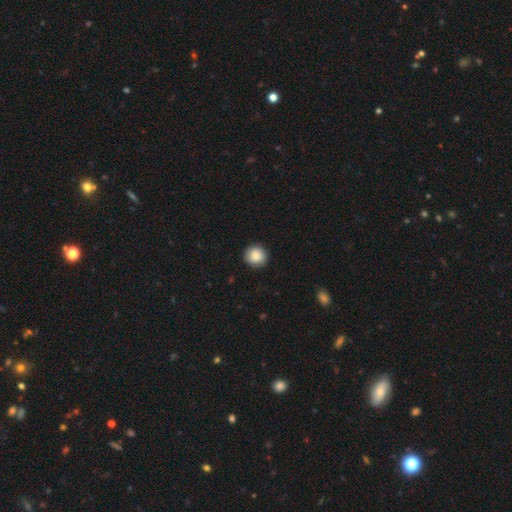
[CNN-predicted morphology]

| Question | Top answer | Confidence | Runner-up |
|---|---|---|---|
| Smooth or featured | smooth | 87% | star or artifact (8%) |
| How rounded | round | 91% | in between (8%) |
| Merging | none | 91% | minor disturbance (6%) |